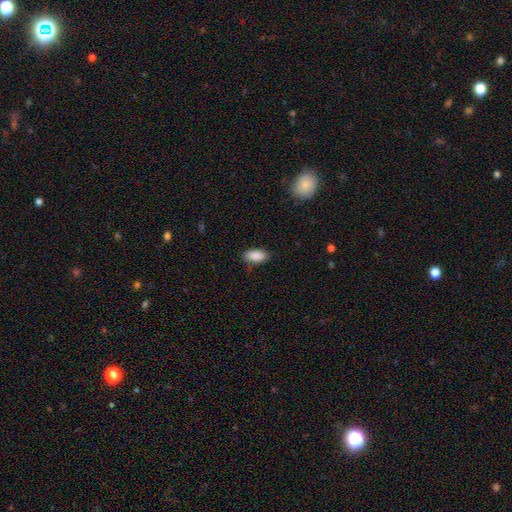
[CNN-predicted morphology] Smooth or featured?
  - smooth: 89% *
  - star or artifact: 7%
  - featured or disk: 4%
How rounded?
  - in between: 91% *
  - cigar-shaped: 6%
  - round: 2%
Merging?
  - none: 83% *
  - minor disturbance: 12%
  - major disturbance: 3%
  - merger: 1%